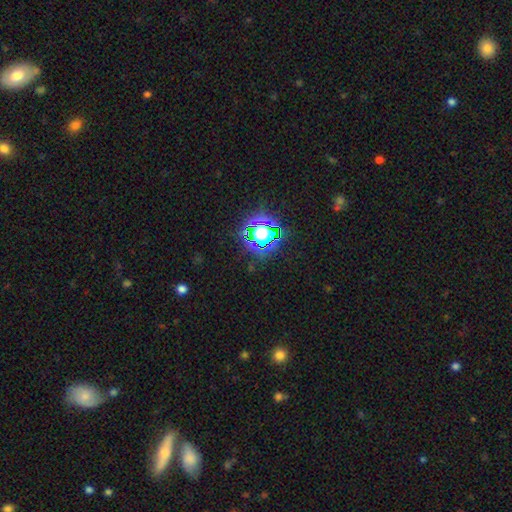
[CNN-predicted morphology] Smooth or featured? star or artifact (77%)